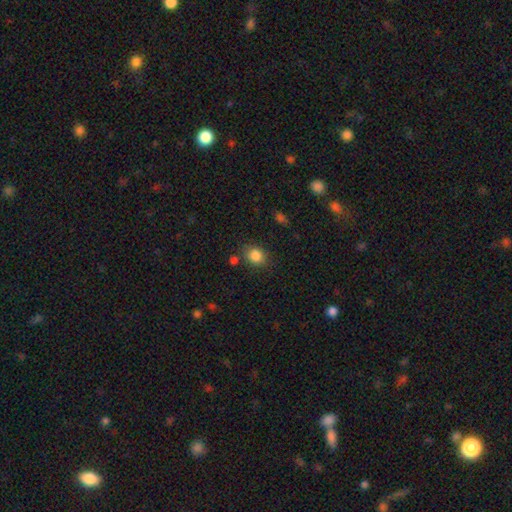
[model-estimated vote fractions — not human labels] Overall: smooth (85%). How rounded: round (56%; in between 43%). Merging: none (76%).